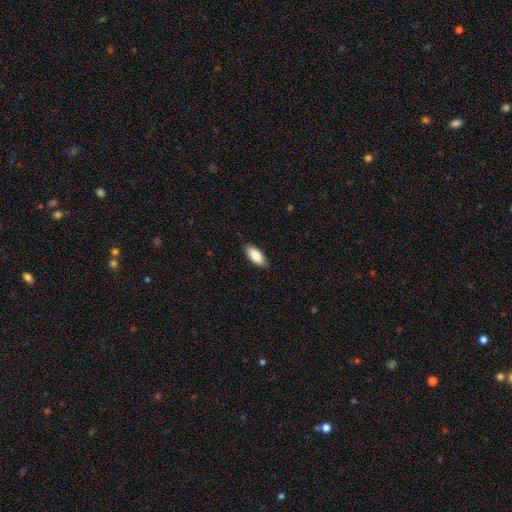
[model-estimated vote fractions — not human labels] A smooth galaxy with no disk features (85%) that is in between round and cigar-shaped (90%). Merging: none (86%).